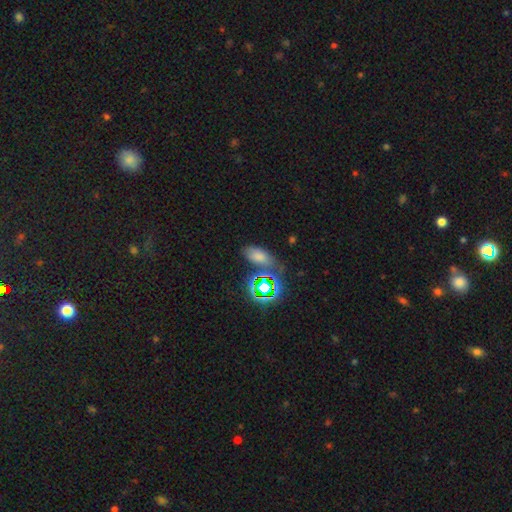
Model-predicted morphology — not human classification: A smooth galaxy with no disk features (49%). Merging: none (60%).